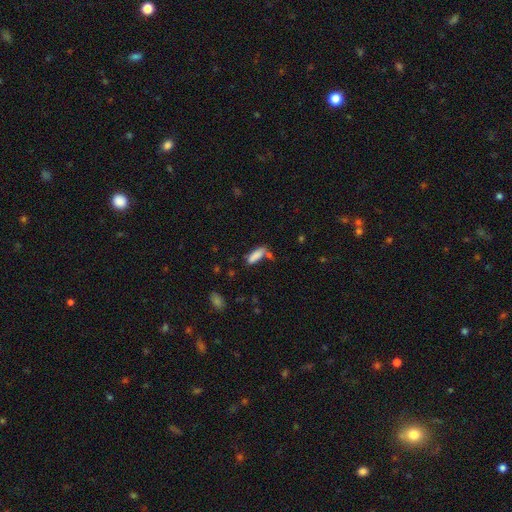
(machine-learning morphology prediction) Smooth or featured? smooth (83%)
How rounded? in between (53%)
Merging? none (56%)